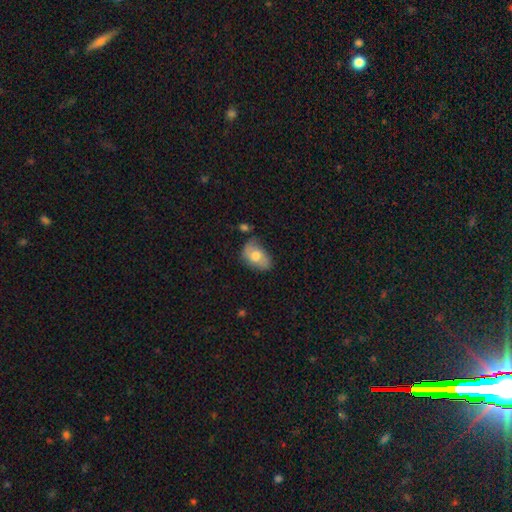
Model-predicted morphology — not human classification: Q: Smooth or featured?
A: smooth (66%); runner-up: featured or disk (27%)
Q: How rounded?
A: in between (89%); runner-up: round (9%)
Q: Merging?
A: none (56%); runner-up: minor disturbance (30%)